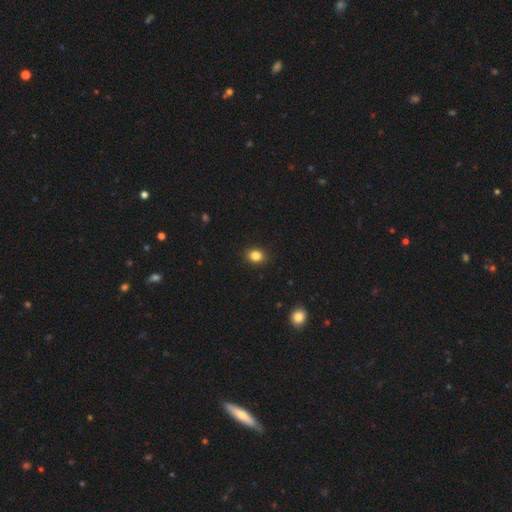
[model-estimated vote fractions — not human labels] A smooth galaxy with no disk features (84%) that is round (53%). Merging: none (91%).